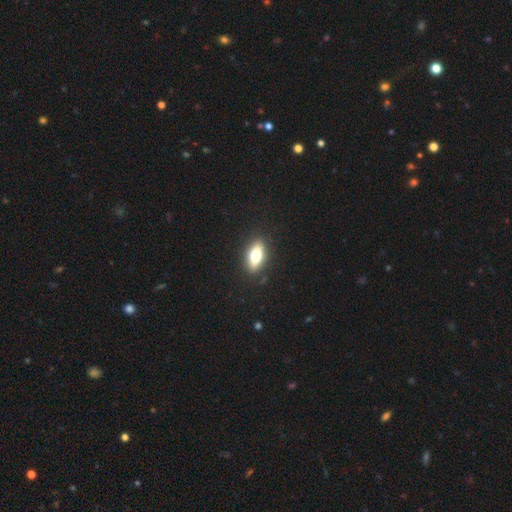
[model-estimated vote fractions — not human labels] Smooth or featured? smooth (69%)
How rounded? in between (79%)
Merging? none (87%)